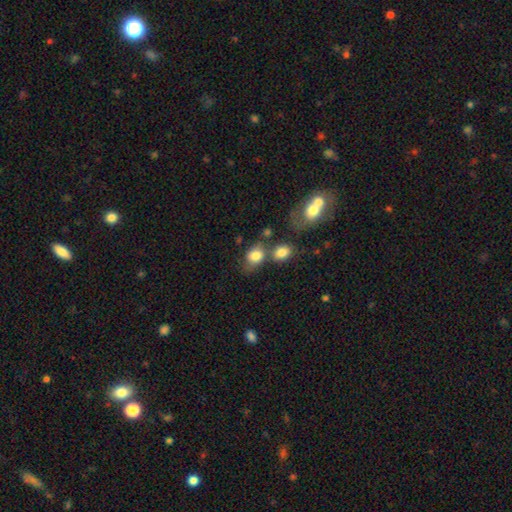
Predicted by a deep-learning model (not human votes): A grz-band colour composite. It shows a smooth galaxy with no disk features (80%) that is in between round and cigar-shaped (63%). Merging: none (43%).